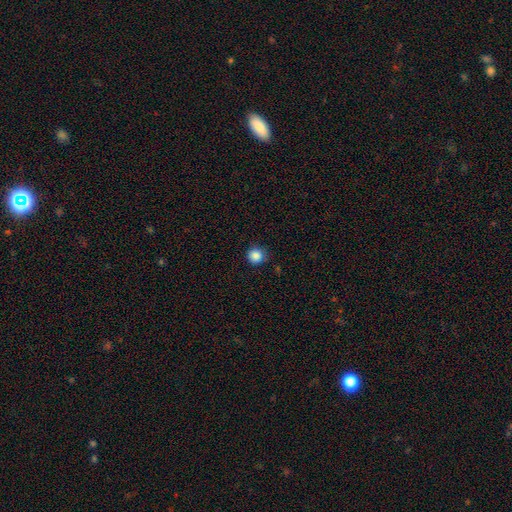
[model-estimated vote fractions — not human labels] Overall: smooth (86%). How rounded: round (94%). Merging: none (85%).